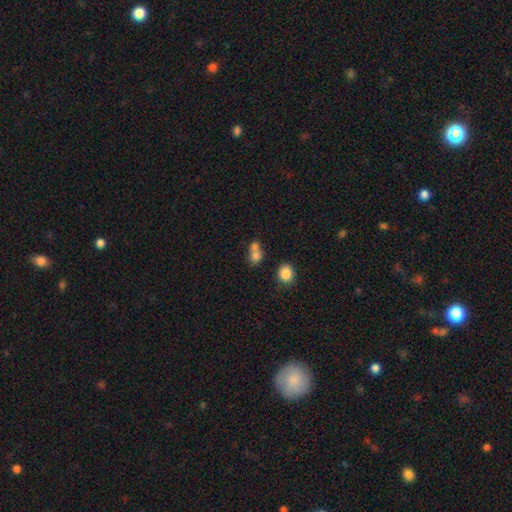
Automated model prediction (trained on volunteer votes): Overall: smooth (76%). How rounded: round (68%; in between 31%). Merging: merger (56%; none 34%).